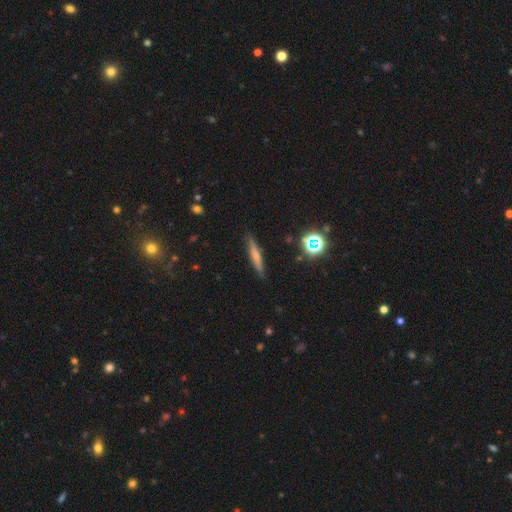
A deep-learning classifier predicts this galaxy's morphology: Q: Smooth or featured?
A: smooth (54%); runner-up: featured or disk (34%)
Q: How rounded?
A: cigar-shaped (89%); runner-up: in between (7%)
Q: Merging?
A: none (87%); runner-up: minor disturbance (9%)